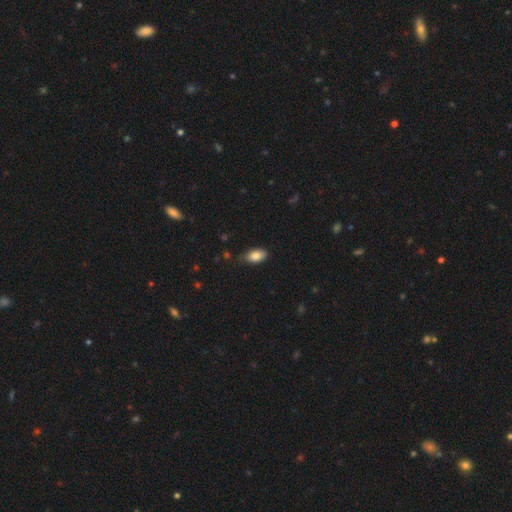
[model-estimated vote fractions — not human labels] This is clearly a smooth galaxy (84%). How rounded: clearly in between (91%). Merging: likely none (73%).